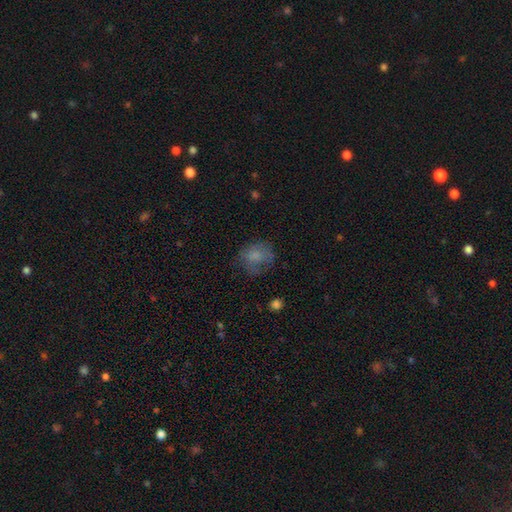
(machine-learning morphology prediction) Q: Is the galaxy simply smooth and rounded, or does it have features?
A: smooth — 69%.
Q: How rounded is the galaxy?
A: round — 63%.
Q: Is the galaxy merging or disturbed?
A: none — 57%.